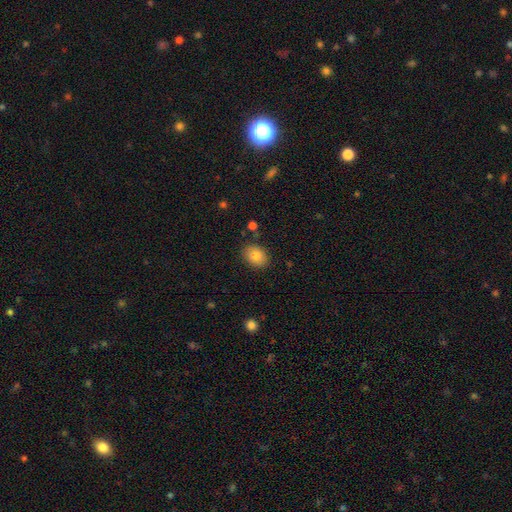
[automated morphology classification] Smooth or featured? Predicted: smooth (p=0.83). How rounded? Predicted: in between (p=0.61). Merging? Predicted: none (p=0.86).